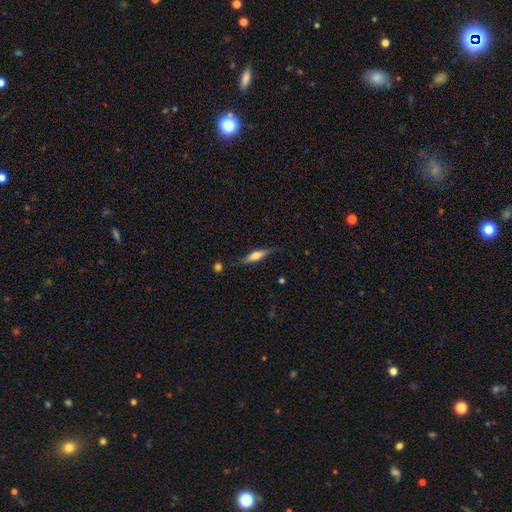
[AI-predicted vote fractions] Q: Smooth or featured?
A: smooth (50%); runner-up: featured or disk (43%)
Q: How rounded?
A: cigar-shaped (72%); runner-up: in between (26%)
Q: Merging?
A: none (81%); runner-up: minor disturbance (14%)